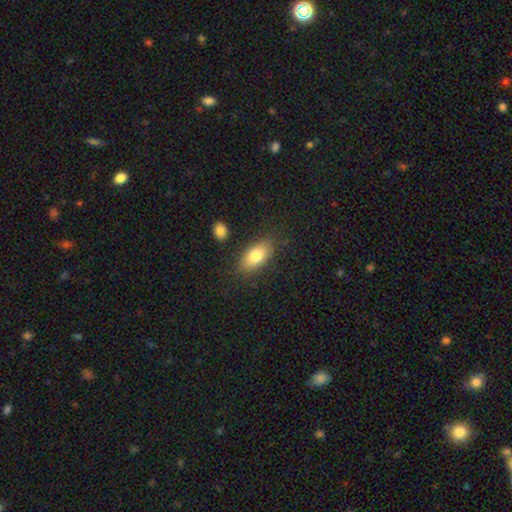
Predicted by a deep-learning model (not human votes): This is clearly a smooth galaxy (80%). How rounded: clearly in between (90%). Merging: clearly none (80%).